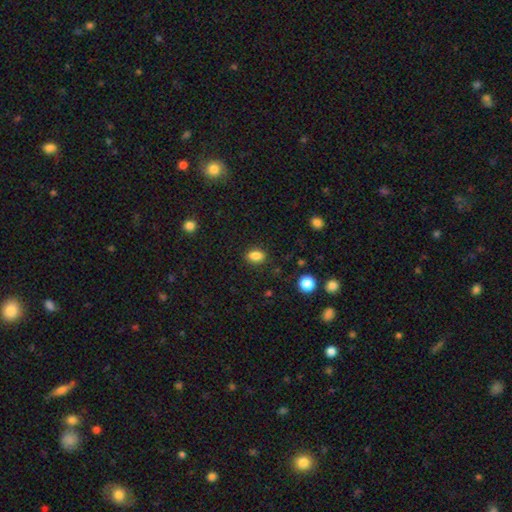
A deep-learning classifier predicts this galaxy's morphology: smooth-or-featured: smooth: 85% | star or artifact: 10% | featured or disk: 5%
  how-rounded: in between: 77% | round: 21% | cigar-shaped: 2%
  merging: none: 86% | minor disturbance: 10% | major disturbance: 3% | merger: 1%